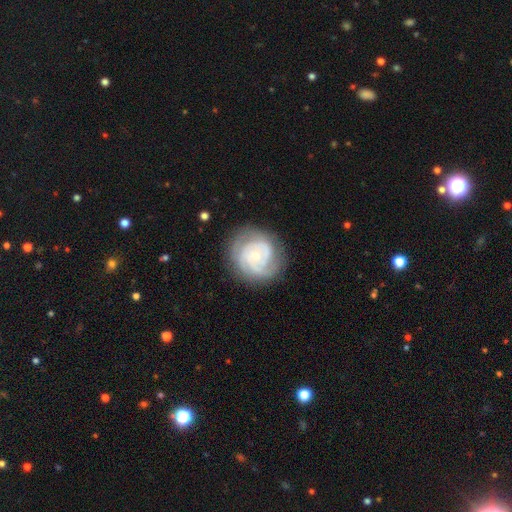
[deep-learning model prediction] Smooth or featured? Predicted: featured or disk (p=0.80). Edge-on disk? Predicted: no (p=0.98). Bar? Predicted: no (p=0.73). Spiral arms? Predicted: yes (p=0.93). Spiral winding? Predicted: tight (p=0.72). Spiral arm count? Predicted: 2 (p=0.32). Bulge size? Predicted: small (p=0.65). Merging? Predicted: none (p=0.77).